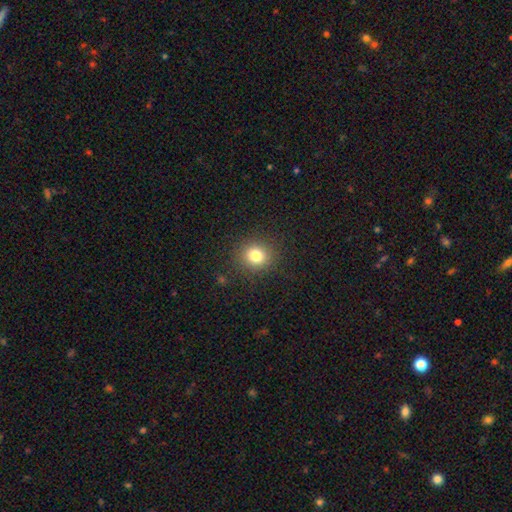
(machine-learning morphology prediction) smooth-or-featured: smooth: 80% | star or artifact: 13% | featured or disk: 7%
  how-rounded: round: 84% | in between: 15% | cigar-shaped: 1%
  merging: none: 89% | minor disturbance: 7% | major disturbance: 3% | merger: 1%